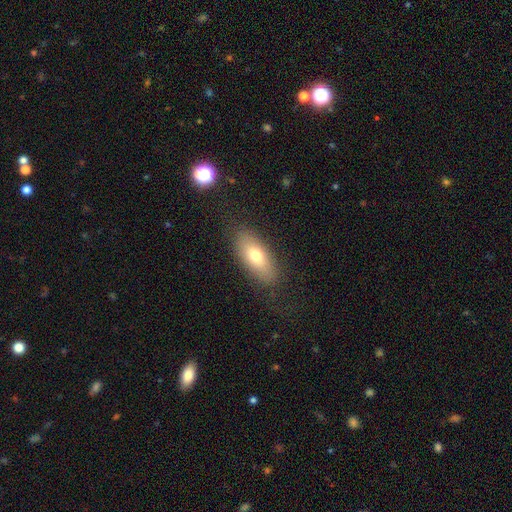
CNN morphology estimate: Smooth or featured? Predicted: smooth (p=0.72). How rounded? Predicted: in between (p=0.84). Merging? Predicted: none (p=0.82).